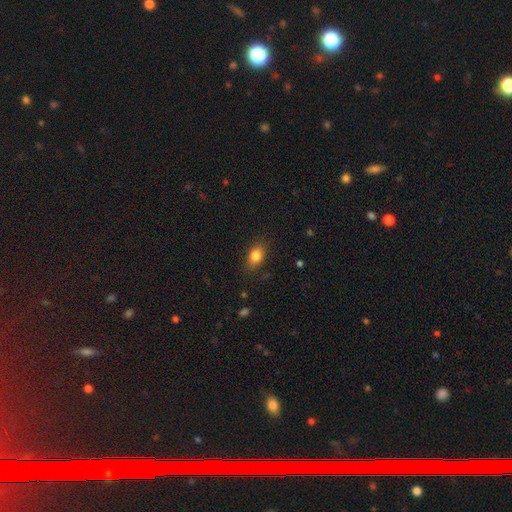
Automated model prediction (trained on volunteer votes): Q: Smooth or featured?
A: smooth (82%); runner-up: star or artifact (9%)
Q: How rounded?
A: in between (77%); runner-up: round (20%)
Q: Merging?
A: none (83%); runner-up: minor disturbance (13%)